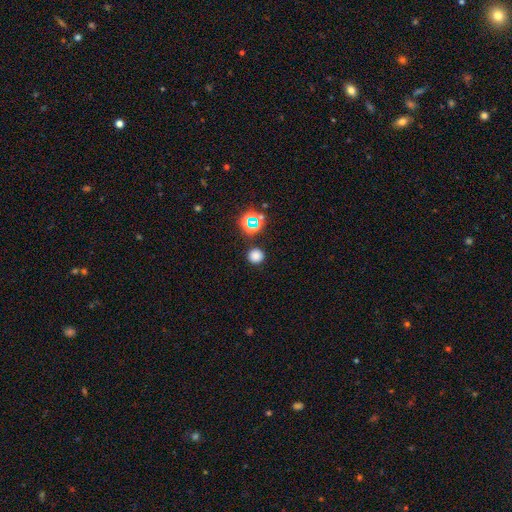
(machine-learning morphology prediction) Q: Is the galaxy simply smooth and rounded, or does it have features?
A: smooth — 74%.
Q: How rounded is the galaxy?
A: round — 94%.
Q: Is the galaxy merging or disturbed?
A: none — 89%.